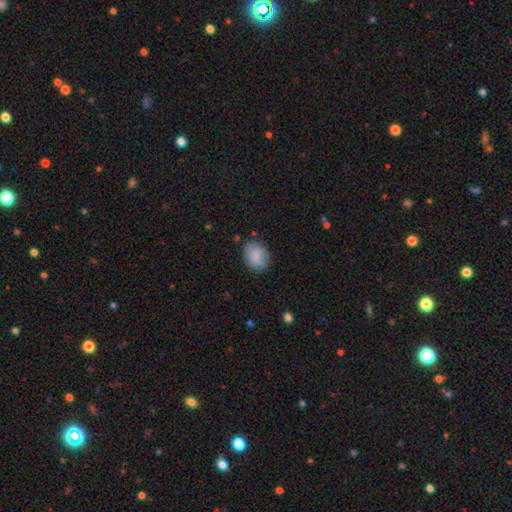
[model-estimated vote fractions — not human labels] A smooth galaxy with no disk features (86%) that is in between round and cigar-shaped (70%).

Vote fractions:
- Smooth or featured? smooth: 86% / star or artifact: 7% / featured or disk: 7%
- How rounded? in between: 70% / round: 29% / cigar-shaped: 1%
- Merging? none: 80% / minor disturbance: 15% / major disturbance: 4% / merger: 2%